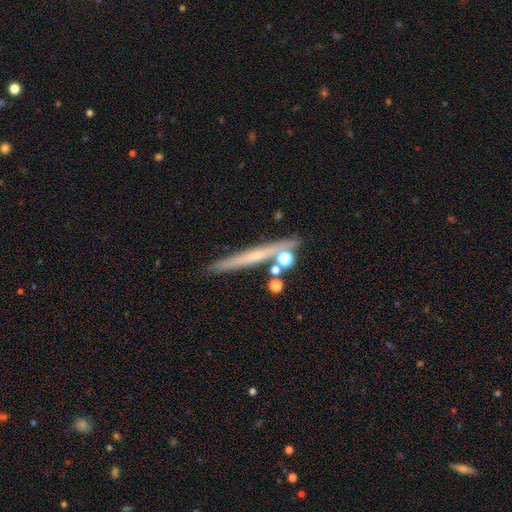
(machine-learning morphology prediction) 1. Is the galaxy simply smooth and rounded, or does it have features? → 48% featured or disk, 42% smooth, 11% star or artifact.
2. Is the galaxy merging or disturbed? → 78% none, 10% minor disturbance, 9% merger, 3% major disturbance.